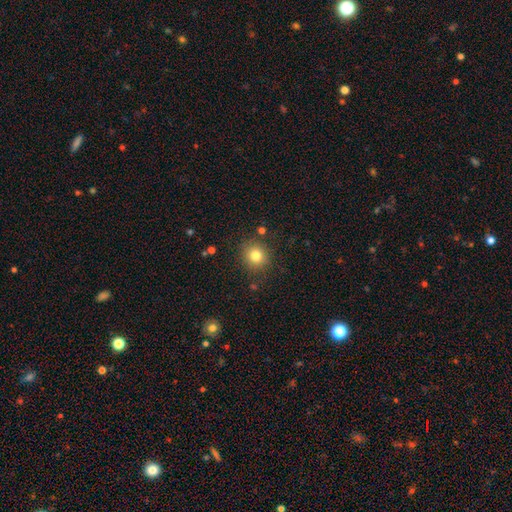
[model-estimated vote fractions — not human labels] Smooth or featured: smooth — 80% (star or artifact — 12%)
How rounded: round — 87% (in between — 12%)
Merging: none — 86% (minor disturbance — 8%)